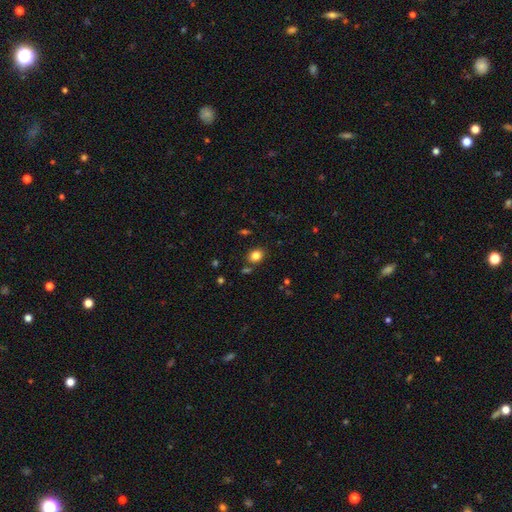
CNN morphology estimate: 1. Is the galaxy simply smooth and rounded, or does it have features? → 83% smooth, 11% star or artifact, 6% featured or disk.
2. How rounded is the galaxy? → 55% round, 44% in between, 1% cigar-shaped.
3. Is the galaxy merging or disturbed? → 81% none, 10% minor disturbance, 6% merger, 3% major disturbance.